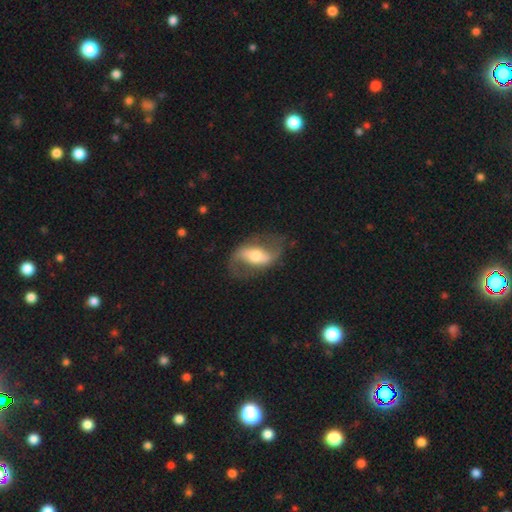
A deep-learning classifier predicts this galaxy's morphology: Smooth or featured?
  - featured or disk: 79% *
  - smooth: 16%
  - star or artifact: 5%
Edge-on disk?
  - no: 94% *
  - yes: 6%
Bar?
  - strong: 43% *
  - weak: 33%
  - no: 24%
Spiral arms?
  - yes: 88% *
  - no: 12%
Spiral winding?
  - loose: 57% *
  - medium: 34%
  - tight: 9%
Spiral arm count?
  - 2: 91% *
  - can't tell: 3%
  - 1: 3%
  - 3: 1%
  - 4: 1%
  - more than 4: 1%
Bulge size?
  - moderate: 61% *
  - small: 20%
  - large: 16%
  - dominant: 2%
  - none: 2%
Merging?
  - none: 73% *
  - minor disturbance: 15%
  - major disturbance: 10%
  - merger: 2%